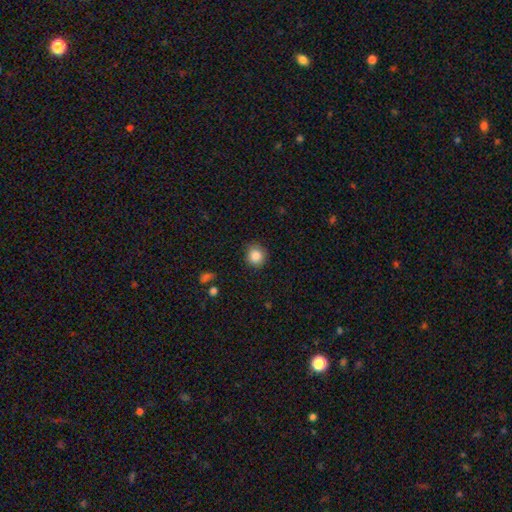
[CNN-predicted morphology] Smooth or featured? smooth (86%)
How rounded? round (89%)
Merging? none (86%)